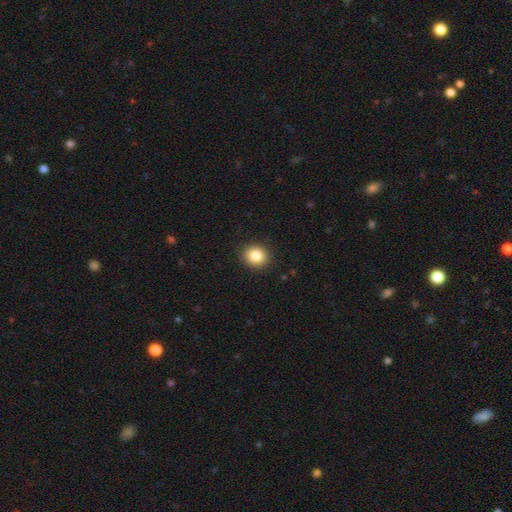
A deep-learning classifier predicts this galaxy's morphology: type=smooth (84%); roundness=round (79%); merging=none (91%).